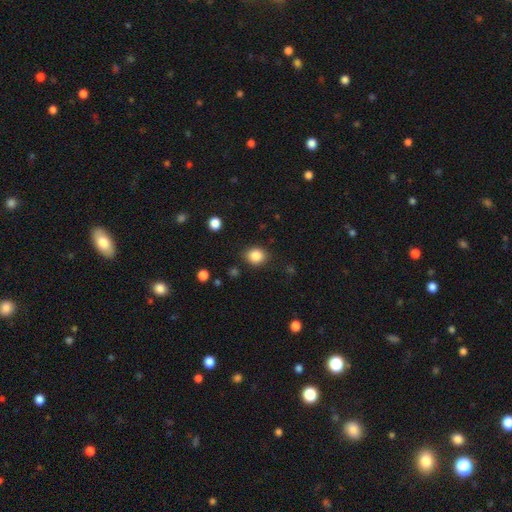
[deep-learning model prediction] Smooth or featured? smooth (86%)
How rounded? round (71%)
Merging? none (85%)